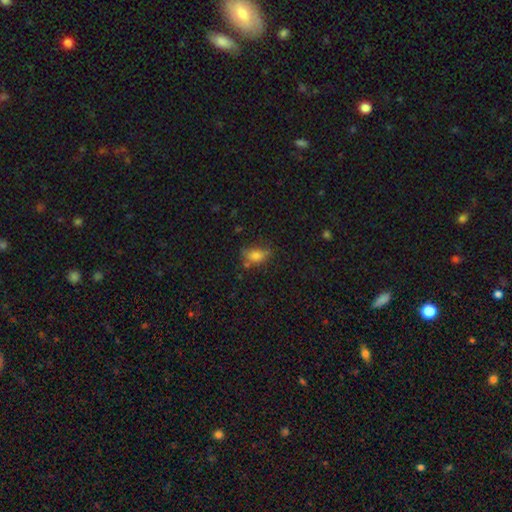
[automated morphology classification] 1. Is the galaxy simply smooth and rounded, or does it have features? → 74% smooth, 14% featured or disk, 12% star or artifact.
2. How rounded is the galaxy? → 80% in between, 14% round, 6% cigar-shaped.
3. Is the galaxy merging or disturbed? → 50% none, 29% minor disturbance, 13% major disturbance, 9% merger.